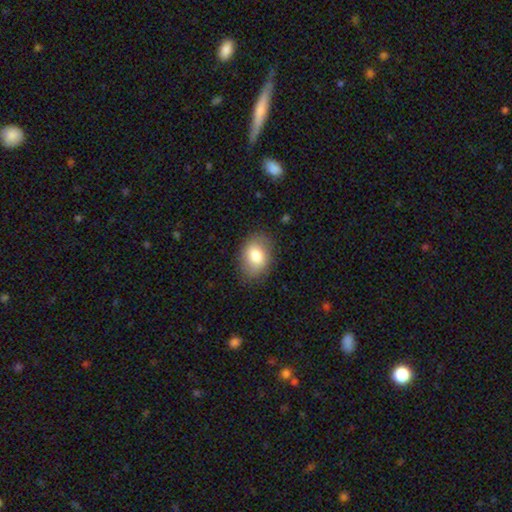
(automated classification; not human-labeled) Q: Smooth or featured?
A: smooth (78%); runner-up: featured or disk (15%)
Q: How rounded?
A: in between (77%); runner-up: round (22%)
Q: Merging?
A: none (81%); runner-up: minor disturbance (14%)